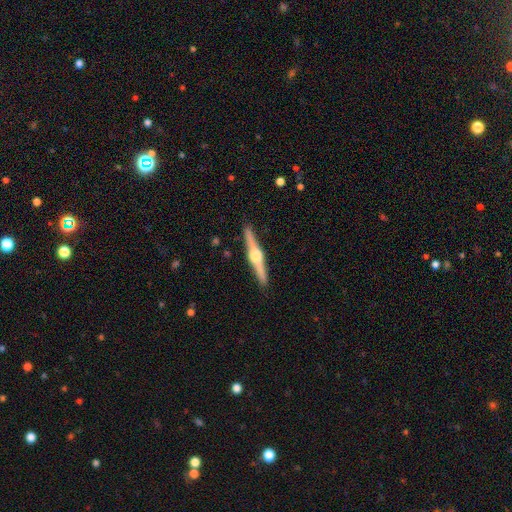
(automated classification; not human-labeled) Smooth or featured: featured or disk — 80% (smooth — 15%)
Edge-on disk: yes — 98% (no — 2%)
Edge-on bulge: rounded — 95% (boxy — 4%)
Merging: none — 91% (minor disturbance — 7%)